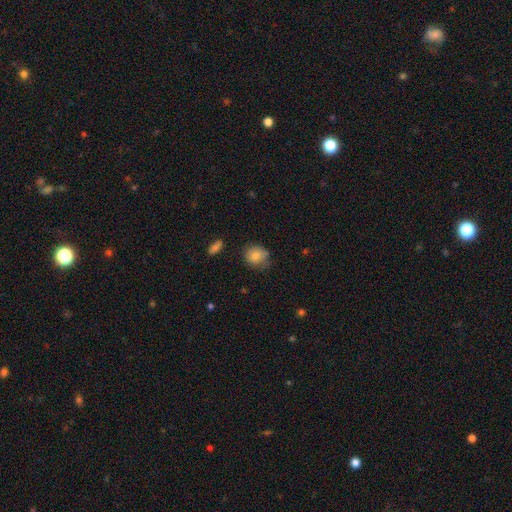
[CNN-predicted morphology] This is clearly a smooth galaxy (81%). How rounded: likely round (72%). Merging: likely none (66%).